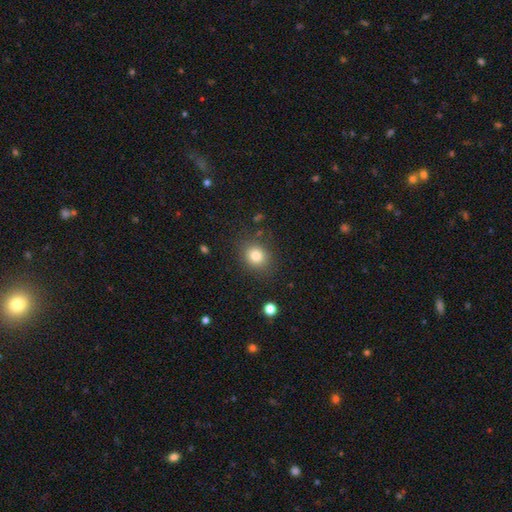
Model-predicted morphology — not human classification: smooth 82%, star or artifact 11%, featured or disk 7%. Down the decision tree: how rounded — round (66%); merging — none (83%).